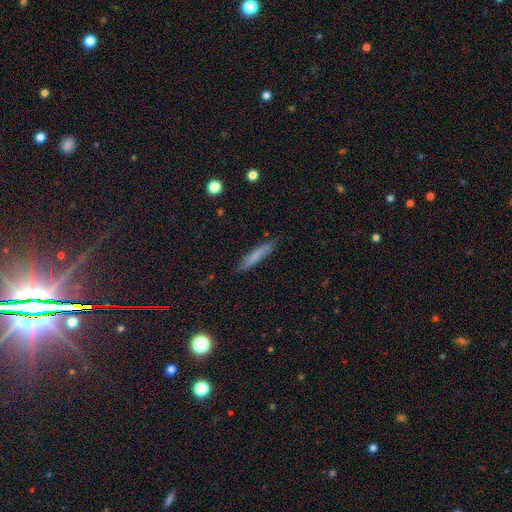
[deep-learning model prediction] This appears to be a smooth galaxy with no disk features (74%) that is cigar-shaped (90%). Merging: none (85%).